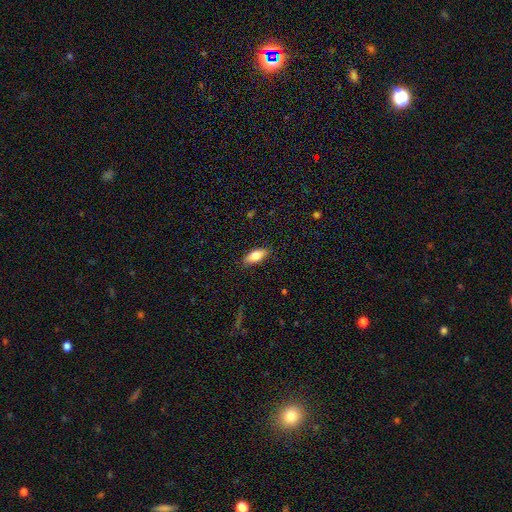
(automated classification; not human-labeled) Morphology: type=smooth (77%); roundness=in between (79%); merging=none (85%).